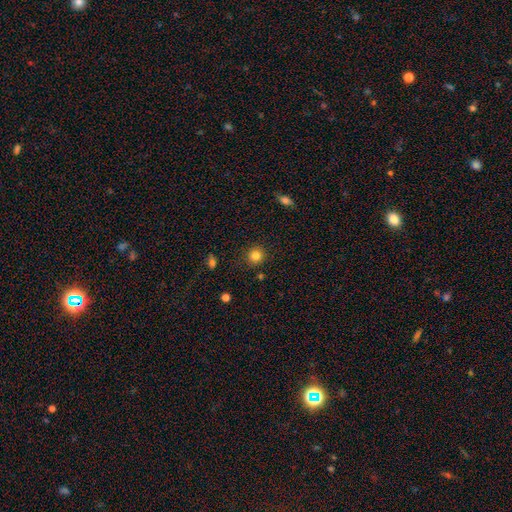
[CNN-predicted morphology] The model was most divided on "smooth or featured": smooth: 83%, star or artifact: 12%, featured or disk: 5%. More confident: how rounded — round (91%); merging — none (88%).